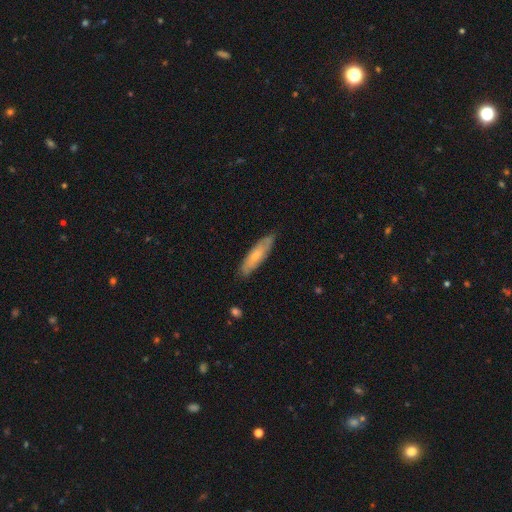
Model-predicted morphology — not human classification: This is possibly a smooth galaxy (56%). How rounded: likely cigar-shaped (61%). Merging: likely none (76%).